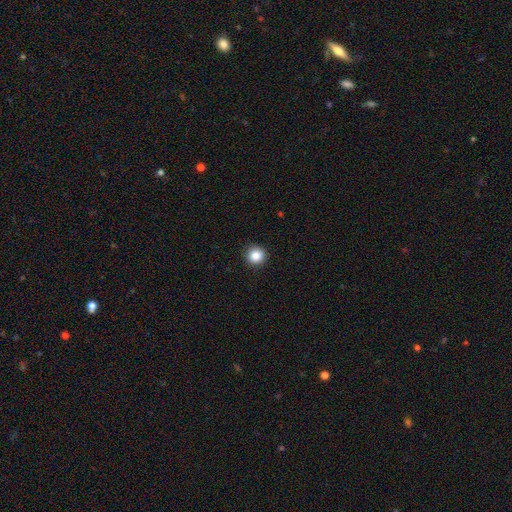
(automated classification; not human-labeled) Smooth or featured? Predicted: smooth (p=0.86). How rounded? Predicted: round (p=0.95). Merging? Predicted: none (p=0.92).